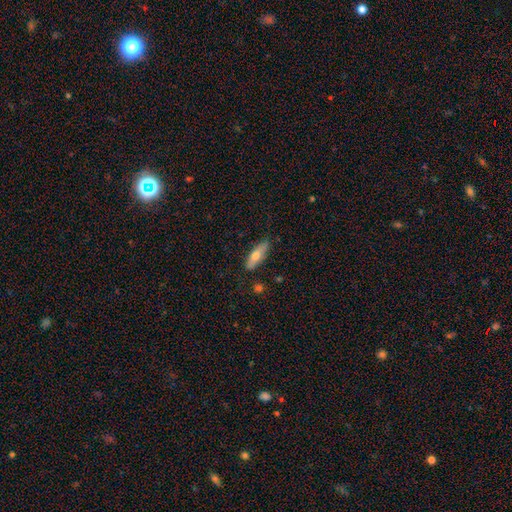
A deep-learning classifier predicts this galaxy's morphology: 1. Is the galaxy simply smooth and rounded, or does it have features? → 62% smooth, 31% featured or disk, 6% star or artifact.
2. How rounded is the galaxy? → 53% cigar-shaped, 45% in between, 2% round.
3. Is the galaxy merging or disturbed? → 82% none, 14% minor disturbance, 2% major disturbance, 2% merger.